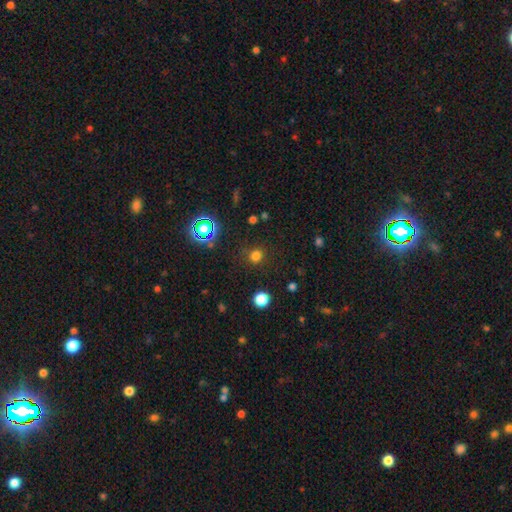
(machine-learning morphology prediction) Smooth or featured? smooth (72%)
How rounded? round (91%)
Merging? none (86%)